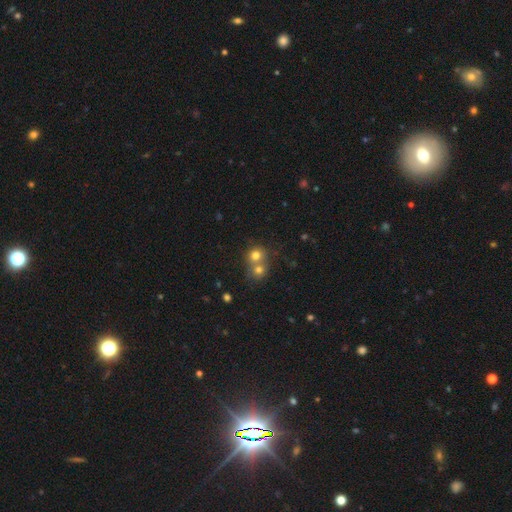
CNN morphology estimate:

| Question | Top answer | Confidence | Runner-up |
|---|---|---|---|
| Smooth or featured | smooth | 74% | star or artifact (14%) |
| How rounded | round | 82% | in between (17%) |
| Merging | merger | 59% | none (34%) |